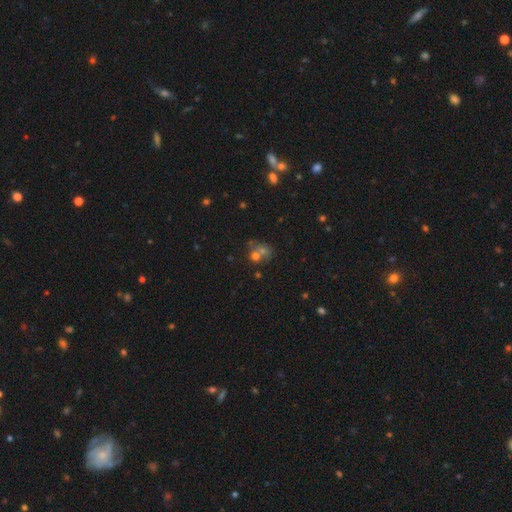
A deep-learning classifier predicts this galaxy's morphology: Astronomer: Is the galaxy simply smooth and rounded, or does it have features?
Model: smooth — 58%.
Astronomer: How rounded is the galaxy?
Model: round — 70%.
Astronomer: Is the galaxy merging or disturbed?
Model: merger — 52% (runner-up: none, 33%).